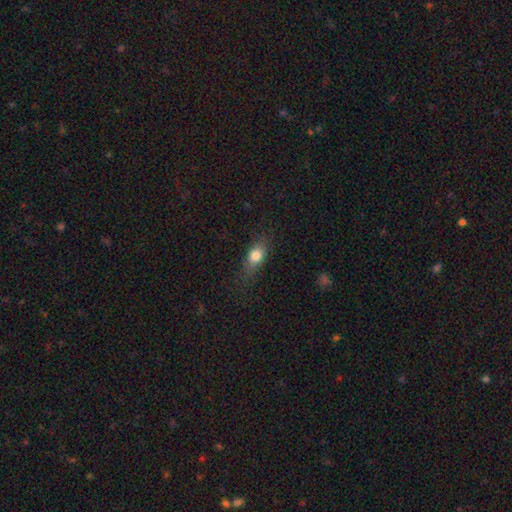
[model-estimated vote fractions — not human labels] Smooth or featured?
  - smooth: 77% *
  - featured or disk: 13%
  - star or artifact: 9%
How rounded?
  - in between: 70% *
  - round: 17%
  - cigar-shaped: 13%
Merging?
  - none: 72% *
  - minor disturbance: 20%
  - major disturbance: 7%
  - merger: 1%